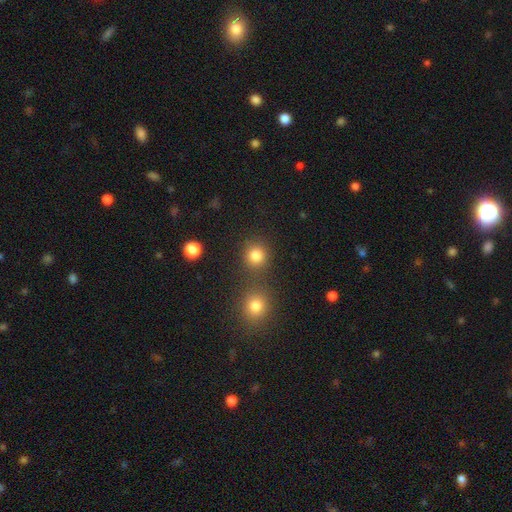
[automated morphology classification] Smooth or featured? smooth (82%)
How rounded? round (90%)
Merging? none (72%)